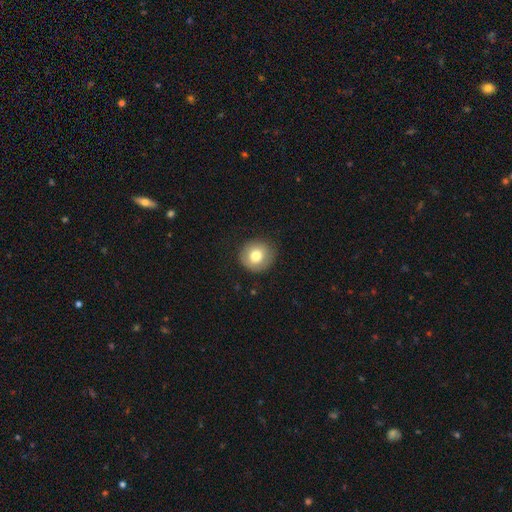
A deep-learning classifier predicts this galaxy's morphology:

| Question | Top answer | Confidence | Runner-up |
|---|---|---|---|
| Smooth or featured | smooth | 77% | featured or disk (14%) |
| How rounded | round | 90% | in between (9%) |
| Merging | none | 85% | minor disturbance (11%) |